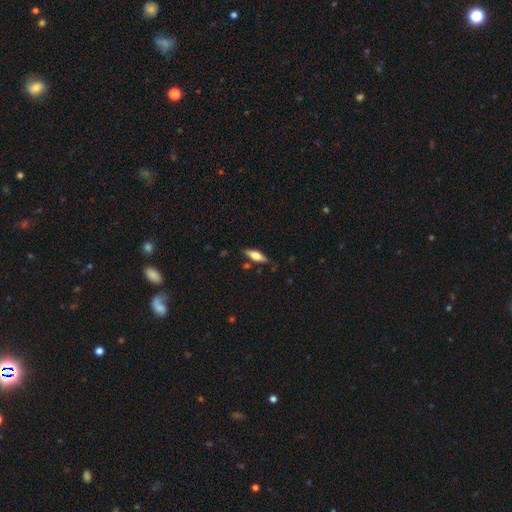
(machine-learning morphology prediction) Smooth or featured: smooth — 56% (featured or disk — 38%)
How rounded: in between — 53% (cigar-shaped — 45%)
Merging: none — 82% (minor disturbance — 13%)